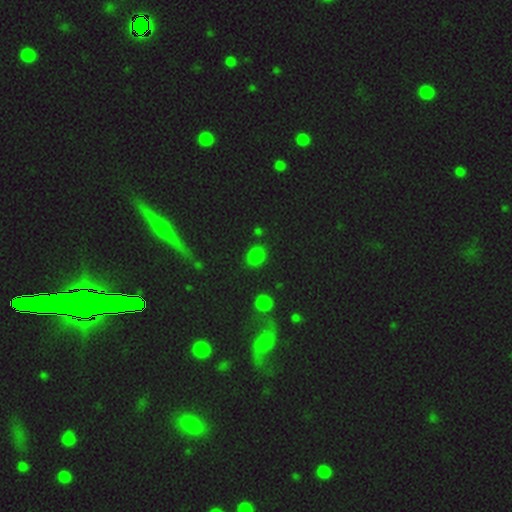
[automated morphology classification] Overall: smooth (79%). How rounded: round (59%; in between 40%). Merging: none (83%).